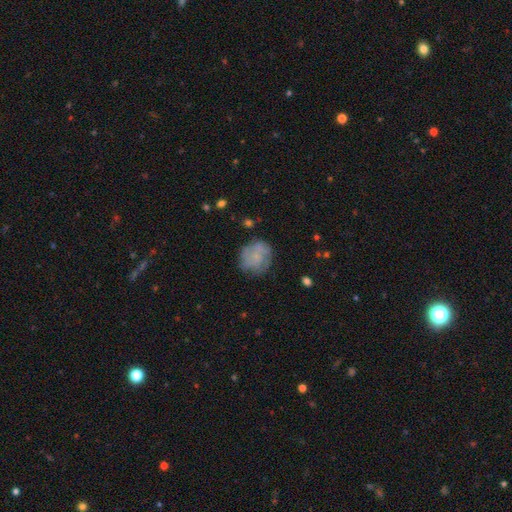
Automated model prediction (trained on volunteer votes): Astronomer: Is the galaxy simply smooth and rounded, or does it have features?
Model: smooth — 47% (runner-up: featured or disk, 43%).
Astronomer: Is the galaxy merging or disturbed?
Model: none — 68%.